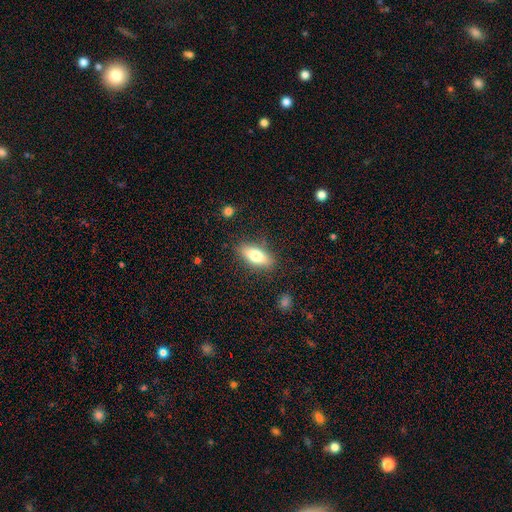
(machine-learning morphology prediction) The model was most divided on "smooth or featured": smooth: 71%, featured or disk: 22%, star or artifact: 7%. More confident: merging — none (84%); how rounded — in between (75%).